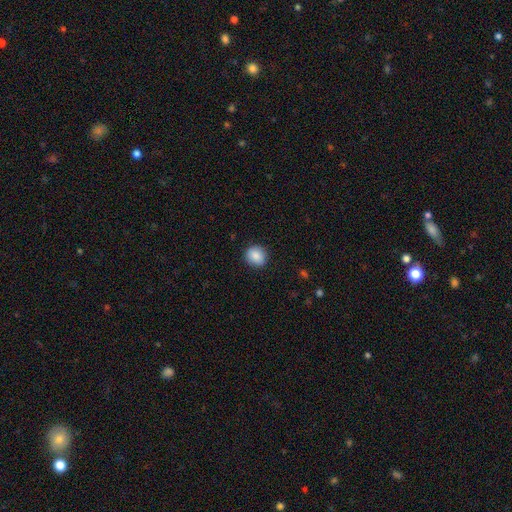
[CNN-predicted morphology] Overall: smooth (87%). How rounded: round (81%). Merging: none (89%).